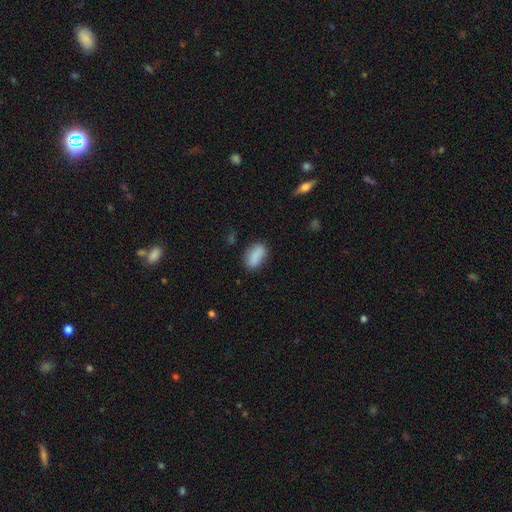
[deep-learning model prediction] Overall: smooth (87%). How rounded: in between (88%). Merging: none (76%).